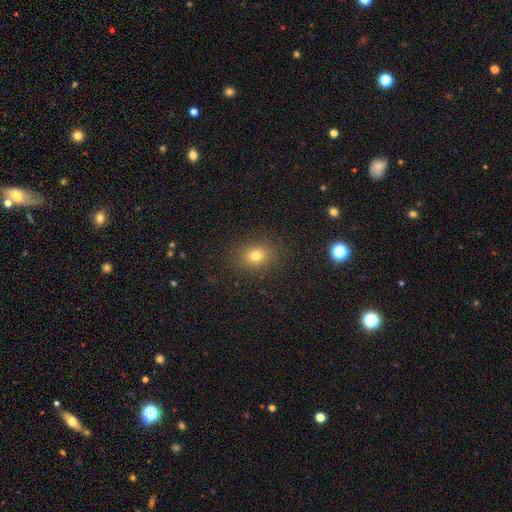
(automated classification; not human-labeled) Smooth or featured: smooth — 77% (star or artifact — 15%)
How rounded: round — 50% (in between — 49%)
Merging: none — 87% (minor disturbance — 9%)